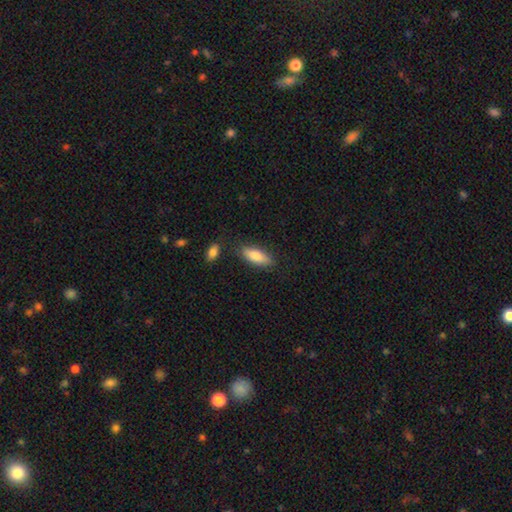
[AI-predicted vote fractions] Q: Smooth or featured?
A: smooth (82%); runner-up: featured or disk (12%)
Q: How rounded?
A: in between (73%); runner-up: cigar-shaped (25%)
Q: Merging?
A: none (80%); runner-up: minor disturbance (13%)